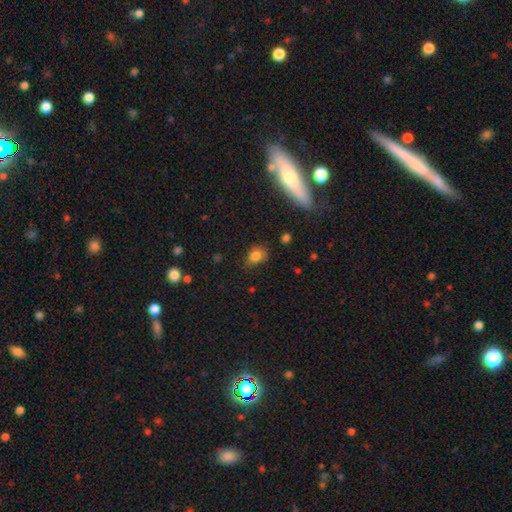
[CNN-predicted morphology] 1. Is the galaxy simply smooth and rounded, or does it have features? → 81% smooth, 13% star or artifact, 7% featured or disk.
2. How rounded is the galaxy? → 53% in between, 45% round, 2% cigar-shaped.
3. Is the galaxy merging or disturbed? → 69% none, 22% minor disturbance, 6% major disturbance, 3% merger.